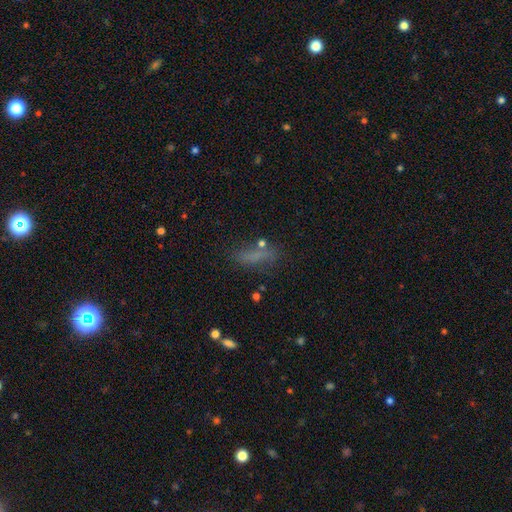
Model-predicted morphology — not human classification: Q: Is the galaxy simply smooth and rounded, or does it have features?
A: smooth — 65%.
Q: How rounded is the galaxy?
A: cigar-shaped — 56%.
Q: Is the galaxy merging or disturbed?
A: none — 67%.